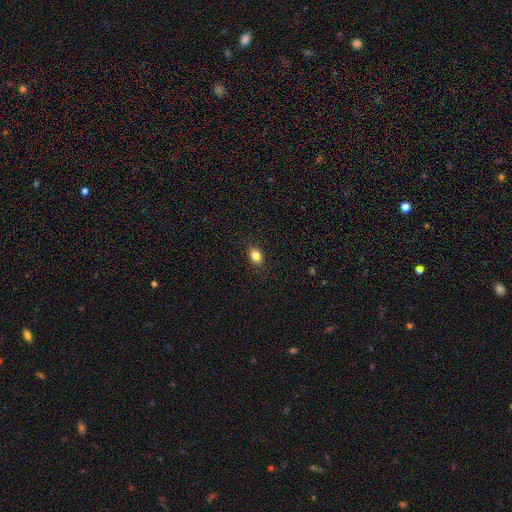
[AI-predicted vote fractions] Morphology: type=smooth (84%); roundness=in between (68%); merging=none (86%).